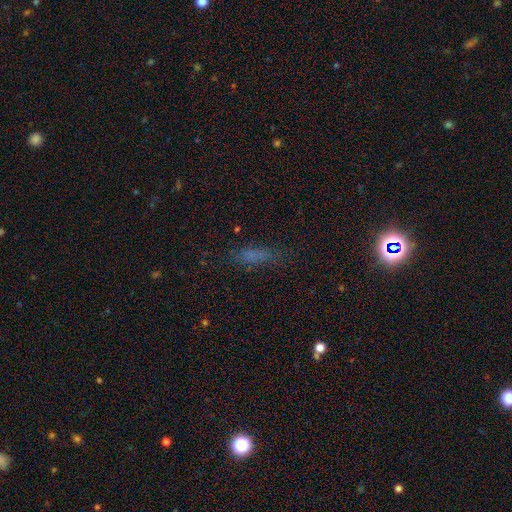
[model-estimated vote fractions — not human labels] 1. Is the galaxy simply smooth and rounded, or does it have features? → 64% smooth, 21% star or artifact, 15% featured or disk.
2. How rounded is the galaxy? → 57% cigar-shaped, 39% in between, 4% round.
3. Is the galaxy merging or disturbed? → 64% none, 21% minor disturbance, 12% major disturbance, 3% merger.